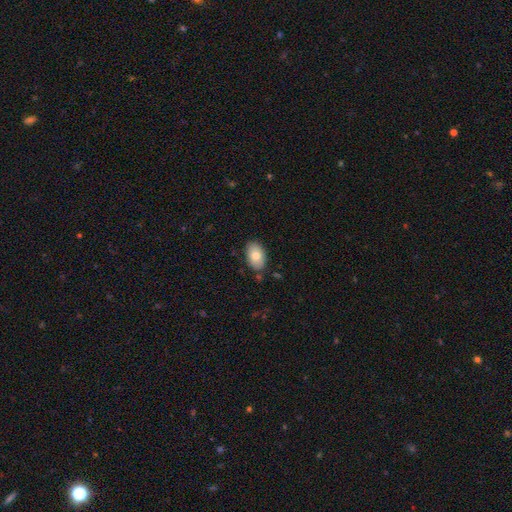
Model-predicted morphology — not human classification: smooth_or_featured: smooth (p=0.78) [alt: featured or disk p=0.15]
how_rounded: in between (p=0.89) [alt: round p=0.09]
merging: none (p=0.83) [alt: minor disturbance p=0.12]